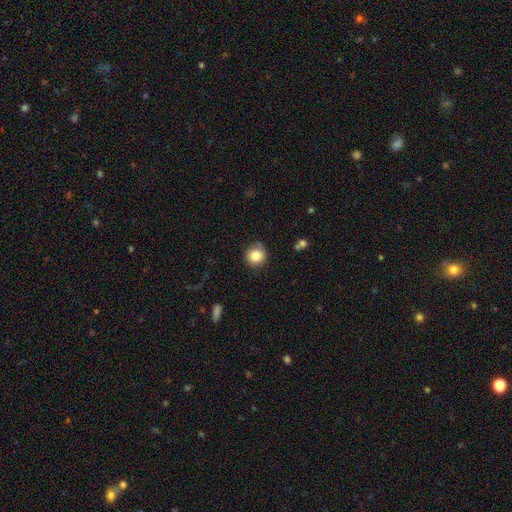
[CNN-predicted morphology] smooth 85%, star or artifact 10%, featured or disk 6%. Down the decision tree: how rounded — round (93%); merging — none (82%).